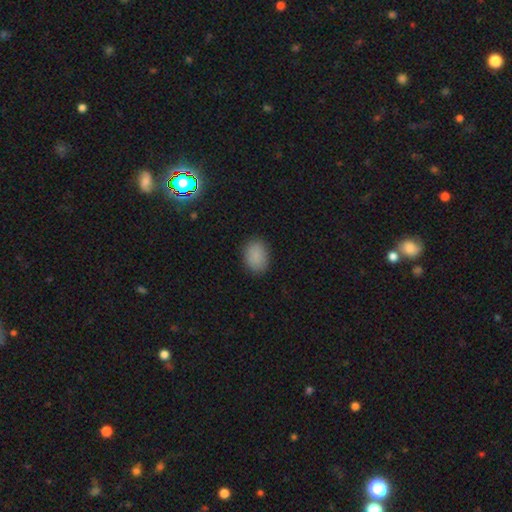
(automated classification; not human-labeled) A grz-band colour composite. It shows a smooth galaxy with no disk features (87%) that is in between round and cigar-shaped (74%). Merging: none (86%).